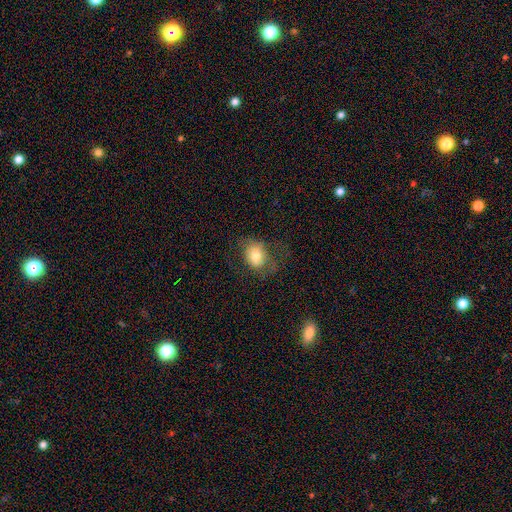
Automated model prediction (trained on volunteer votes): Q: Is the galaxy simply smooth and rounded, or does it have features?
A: smooth — 70%.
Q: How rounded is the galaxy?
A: in between — 57%.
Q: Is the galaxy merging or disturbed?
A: none — 50%.